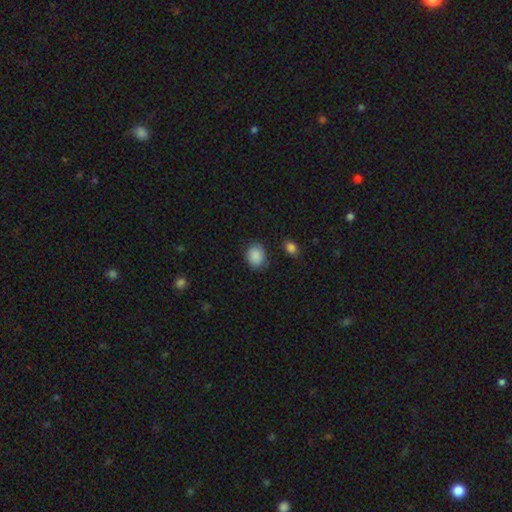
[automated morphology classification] Smooth or featured?
  - smooth: 88% *
  - star or artifact: 8%
  - featured or disk: 4%
How rounded?
  - in between: 50% *
  - round: 49%
  - cigar-shaped: 1%
Merging?
  - none: 80% *
  - minor disturbance: 14%
  - major disturbance: 3%
  - merger: 2%